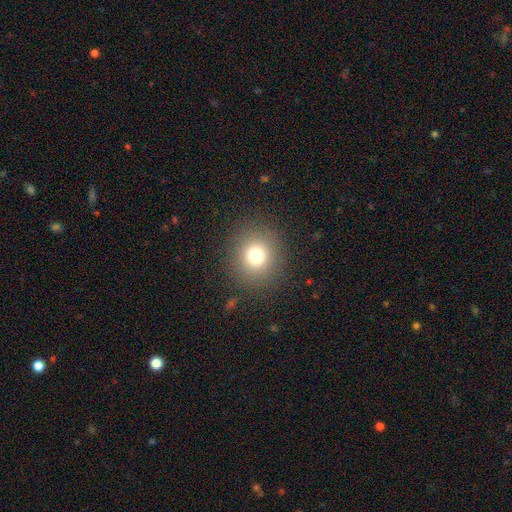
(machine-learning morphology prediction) This is likely a smooth galaxy (76%). How rounded: clearly round (89%). Merging: clearly none (88%).